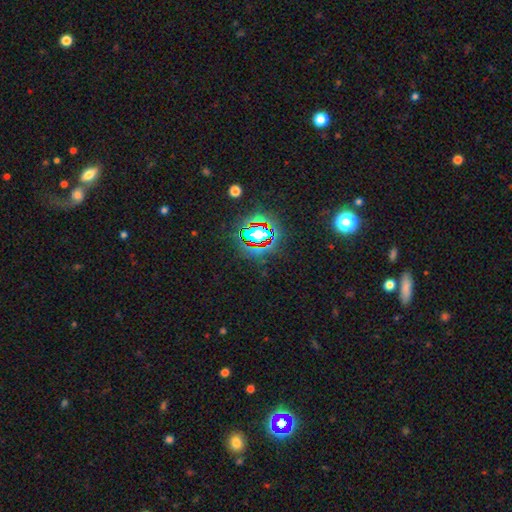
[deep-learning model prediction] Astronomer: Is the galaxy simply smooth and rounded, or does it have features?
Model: star or artifact — 81%.